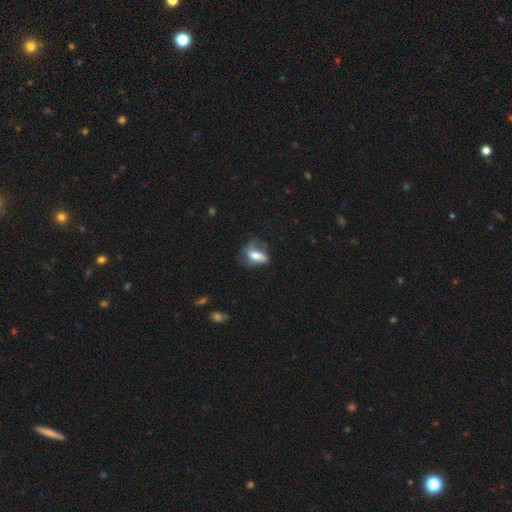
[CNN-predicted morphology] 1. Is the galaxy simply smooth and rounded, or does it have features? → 61% smooth, 30% featured or disk, 9% star or artifact.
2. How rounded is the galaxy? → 79% in between, 12% cigar-shaped, 9% round.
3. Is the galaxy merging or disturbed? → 39% none, 31% minor disturbance, 28% major disturbance, 3% merger.